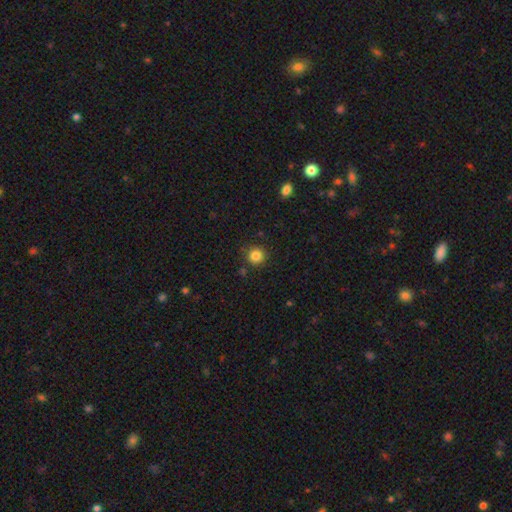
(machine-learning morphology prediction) Overall: smooth (84%). How rounded: round (95%). Merging: none (89%).